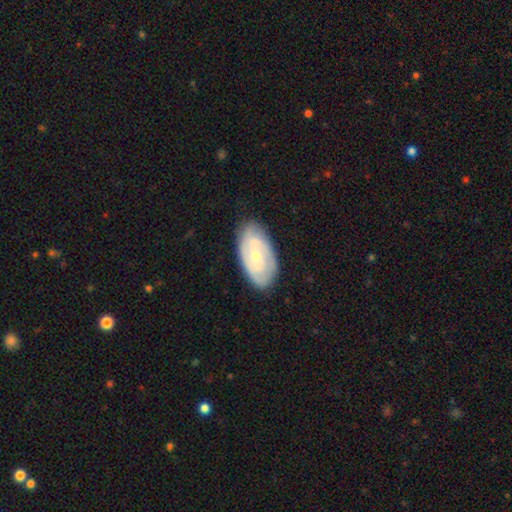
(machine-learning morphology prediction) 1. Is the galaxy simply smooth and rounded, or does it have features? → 72% featured or disk, 23% smooth, 5% star or artifact.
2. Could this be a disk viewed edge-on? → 95% no, 5% yes.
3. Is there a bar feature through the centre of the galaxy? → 63% no, 31% weak, 6% strong.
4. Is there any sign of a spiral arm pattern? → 87% yes, 13% no.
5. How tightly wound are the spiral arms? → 65% tight, 28% medium, 8% loose.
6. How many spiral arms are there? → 46% 2, 33% can't tell, 12% 3, 4% 4, 4% 1, 3% more than 4.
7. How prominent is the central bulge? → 66% small, 30% moderate, 2% none, 1% large, 1% dominant.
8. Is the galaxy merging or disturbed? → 80% none, 15% minor disturbance, 3% major disturbance, 1% merger.